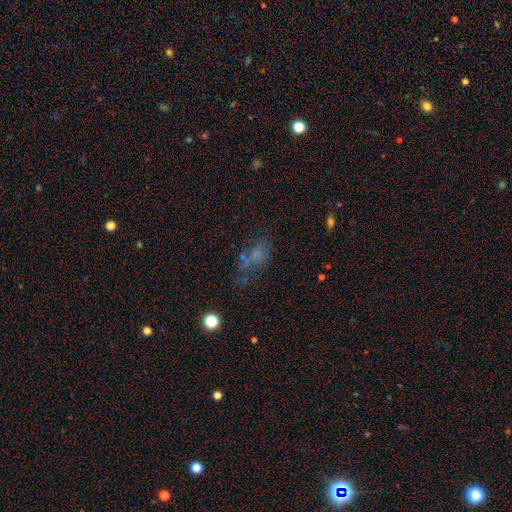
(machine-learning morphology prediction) type=smooth (49%); merging=none (41%).